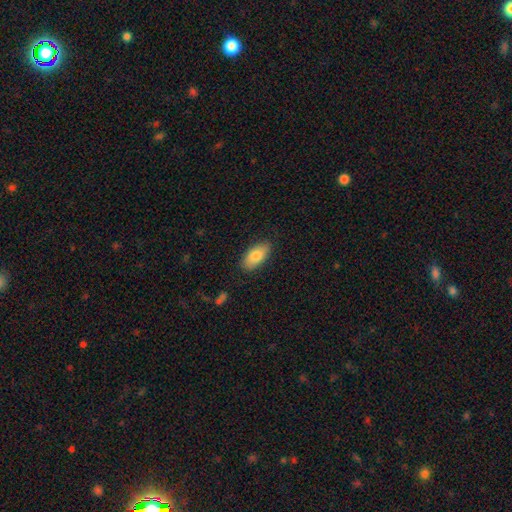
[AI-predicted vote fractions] smooth 81%, featured or disk 12%, star or artifact 6%. Down the decision tree: how rounded — in between (91%); merging — none (85%).